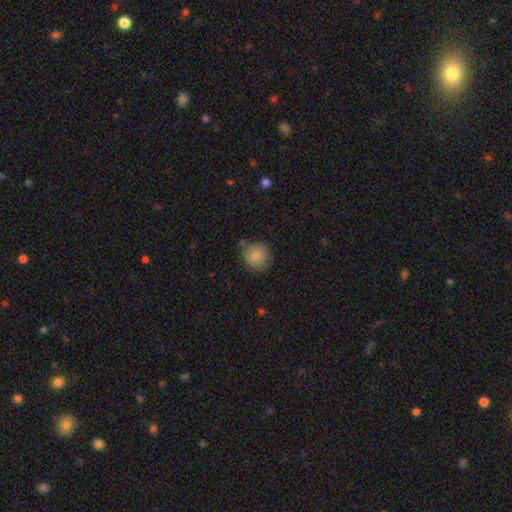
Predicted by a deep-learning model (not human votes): smooth_or_featured: smooth (p=0.84) [alt: featured or disk p=0.08]
how_rounded: round (p=0.89) [alt: in between p=0.10]
merging: none (p=0.72) [alt: minor disturbance p=0.19]